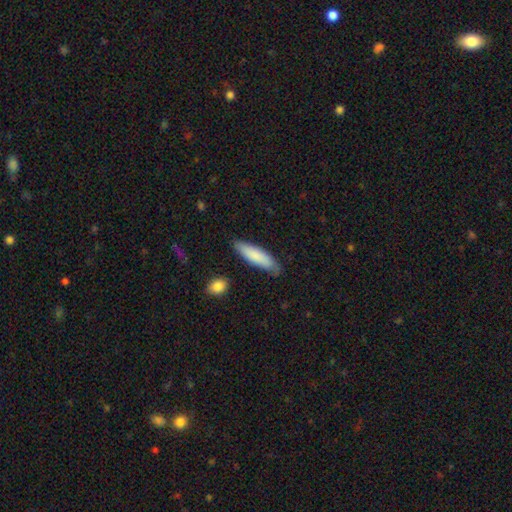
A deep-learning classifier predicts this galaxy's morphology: type=smooth (82%); roundness=cigar-shaped (64%); merging=none (79%).